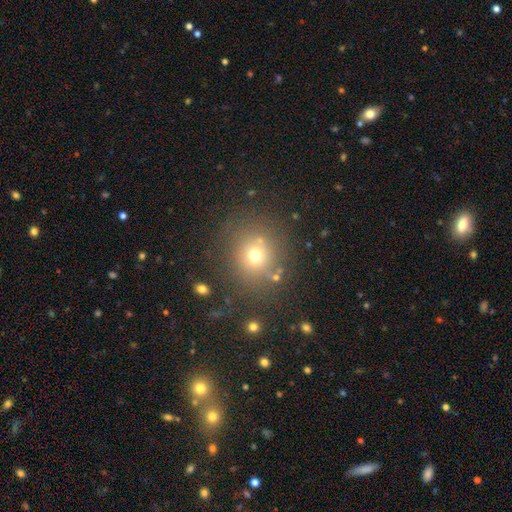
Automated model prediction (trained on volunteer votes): This appears to be a smooth galaxy with no disk features (66%) that is round (85%). Merging: none (77%).